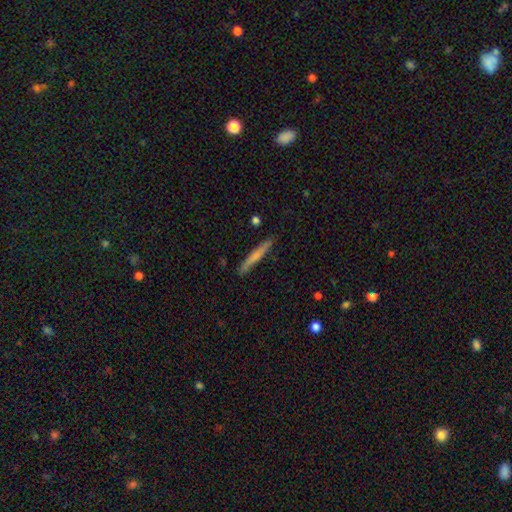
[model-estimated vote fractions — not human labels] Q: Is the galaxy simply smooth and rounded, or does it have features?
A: smooth — 60%.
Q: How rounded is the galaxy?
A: cigar-shaped — 96%.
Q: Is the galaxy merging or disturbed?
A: none — 89%.